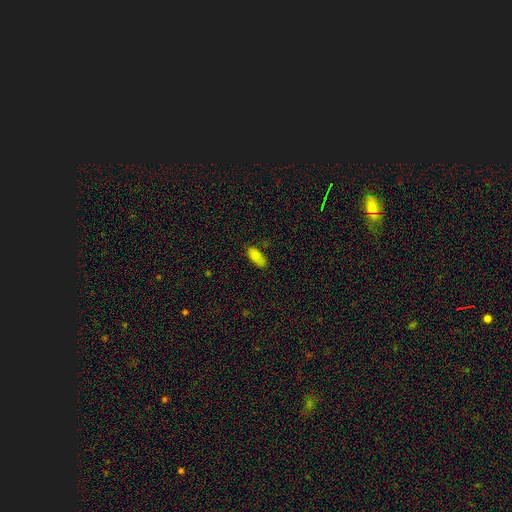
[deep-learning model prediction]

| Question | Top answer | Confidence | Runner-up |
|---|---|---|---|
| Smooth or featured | smooth | 83% | star or artifact (11%) |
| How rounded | in between | 85% | cigar-shaped (12%) |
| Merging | none | 71% | minor disturbance (21%) |